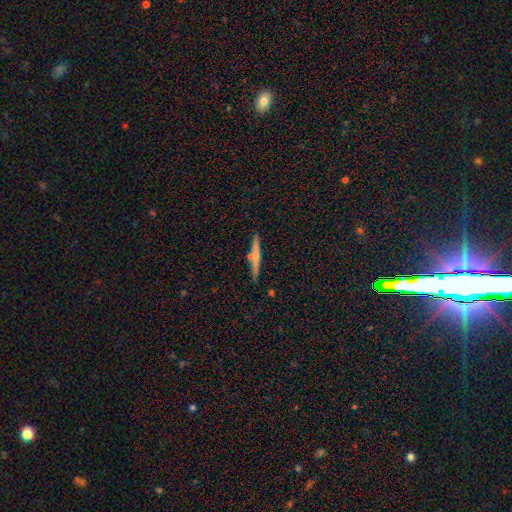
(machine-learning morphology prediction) Smooth or featured? Predicted: smooth (p=0.53). How rounded? Predicted: cigar-shaped (p=0.94). Merging? Predicted: none (p=0.84).